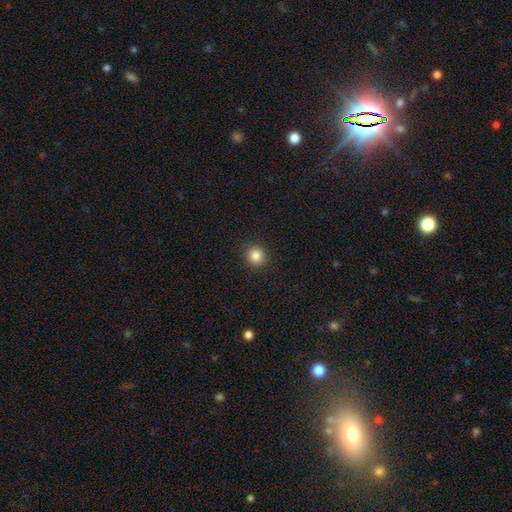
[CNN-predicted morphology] Smooth or featured? Predicted: smooth (p=0.85). How rounded? Predicted: round (p=0.94). Merging? Predicted: none (p=0.92).